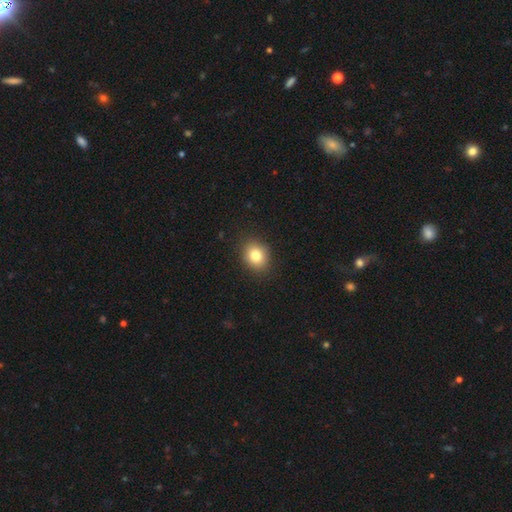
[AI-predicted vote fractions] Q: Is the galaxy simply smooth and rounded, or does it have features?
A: smooth — 81%.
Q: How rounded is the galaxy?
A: round — 56%.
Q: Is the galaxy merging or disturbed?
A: none — 88%.